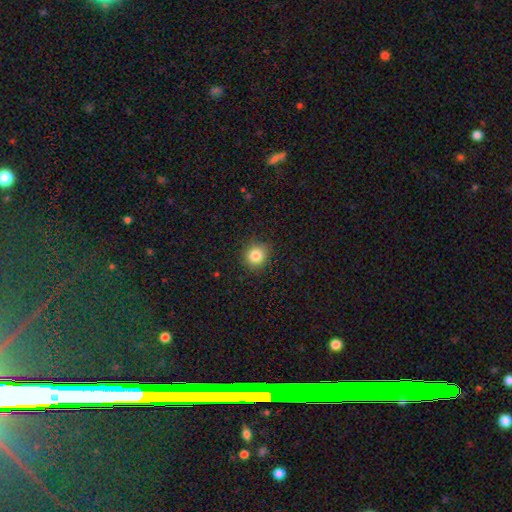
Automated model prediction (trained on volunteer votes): Q: Smooth or featured?
A: smooth (83%); runner-up: star or artifact (11%)
Q: How rounded?
A: round (86%); runner-up: in between (13%)
Q: Merging?
A: none (88%); runner-up: minor disturbance (9%)